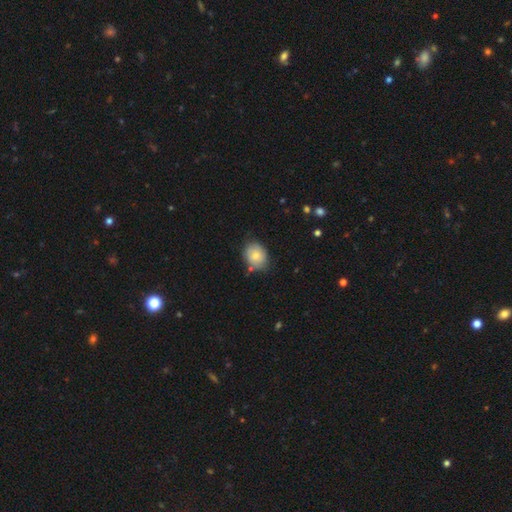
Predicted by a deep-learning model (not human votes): Smooth or featured? Predicted: smooth (p=0.76). How rounded? Predicted: in between (p=0.52). Merging? Predicted: none (p=0.72).